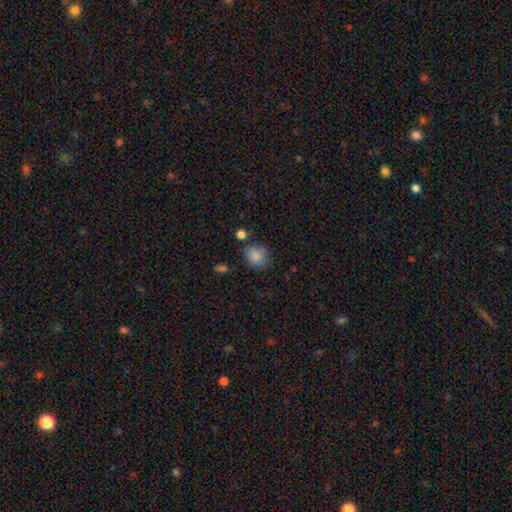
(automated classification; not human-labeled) Q: Smooth or featured?
A: smooth (85%); runner-up: star or artifact (9%)
Q: How rounded?
A: round (65%); runner-up: in between (35%)
Q: Merging?
A: none (71%); runner-up: minor disturbance (18%)